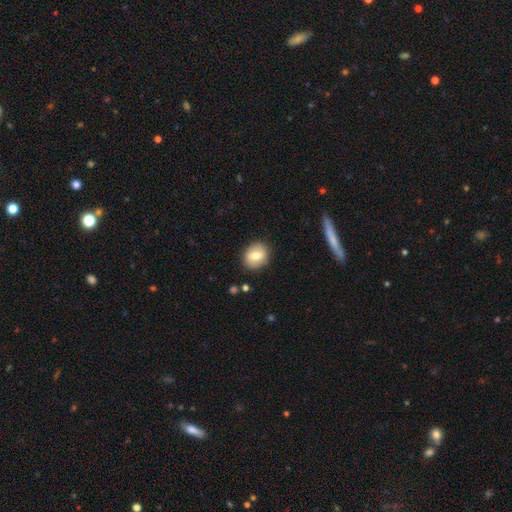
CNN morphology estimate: type=smooth (73%); roundness=round (61%); merging=none (87%).